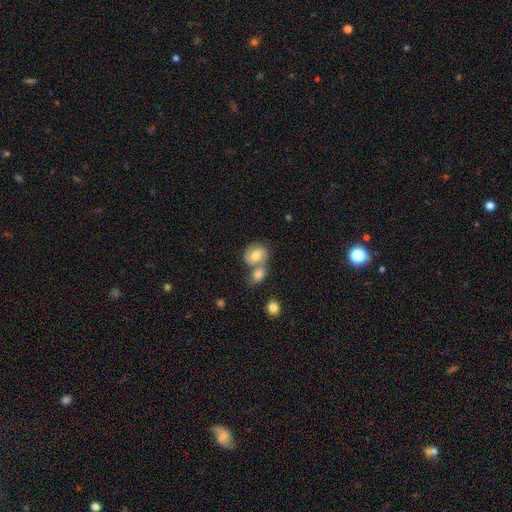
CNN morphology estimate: smooth_or_featured: smooth (p=0.60) [alt: featured or disk p=0.32]
how_rounded: round (p=0.54) [alt: in between p=0.44]
merging: merger (p=0.50) [alt: none p=0.35]